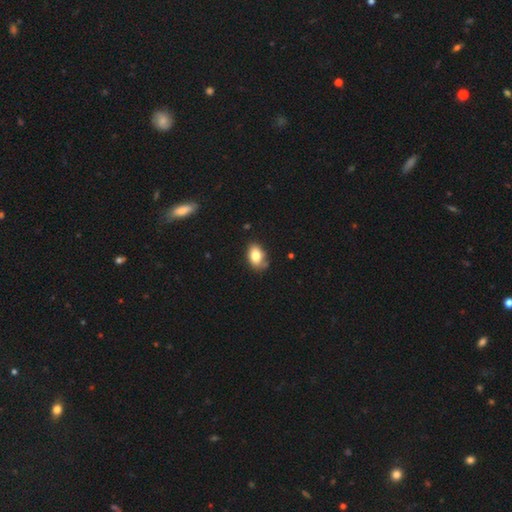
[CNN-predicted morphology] Overall: smooth (80%). How rounded: in between (85%). Merging: none (65%; minor disturbance 26%).